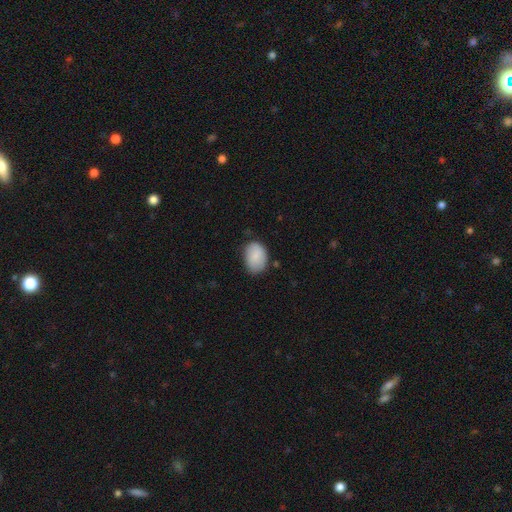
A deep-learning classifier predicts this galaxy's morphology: Smooth or featured? Predicted: smooth (p=0.86). How rounded? Predicted: in between (p=0.81). Merging? Predicted: none (p=0.68).